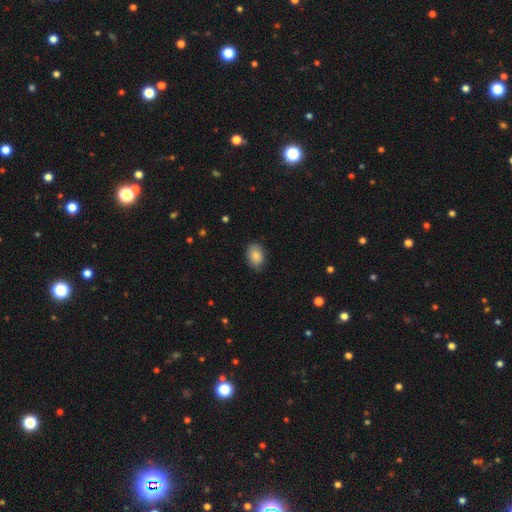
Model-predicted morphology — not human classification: Smooth or featured?
  - smooth: 86% *
  - featured or disk: 7%
  - star or artifact: 7%
How rounded?
  - in between: 85% *
  - round: 14%
  - cigar-shaped: 1%
Merging?
  - none: 82% *
  - minor disturbance: 15%
  - major disturbance: 3%
  - merger: 1%